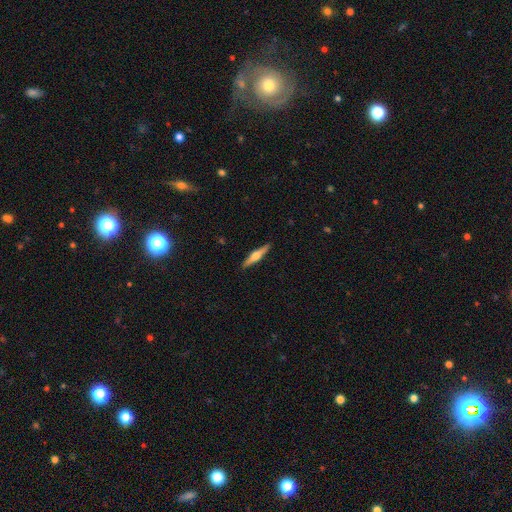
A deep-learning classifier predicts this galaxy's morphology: This is likely a featured or disk galaxy (70%). It is clearly viewed edge-on (98%). Edge-on bulge: clearly rounded (92%). Merging: clearly none (92%).